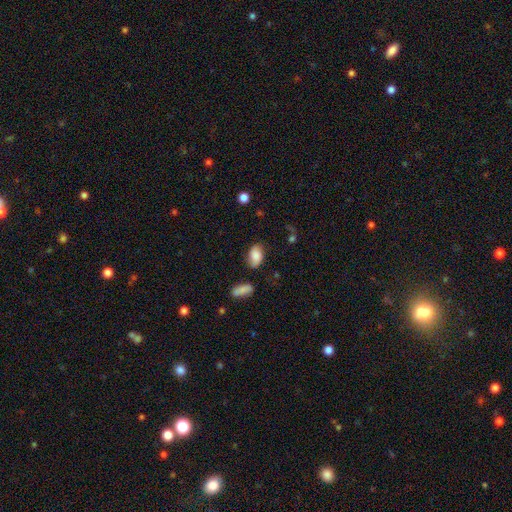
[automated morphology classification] A smooth galaxy with no disk features (78%) that is in between round and cigar-shaped (90%). Merging: none (66%).